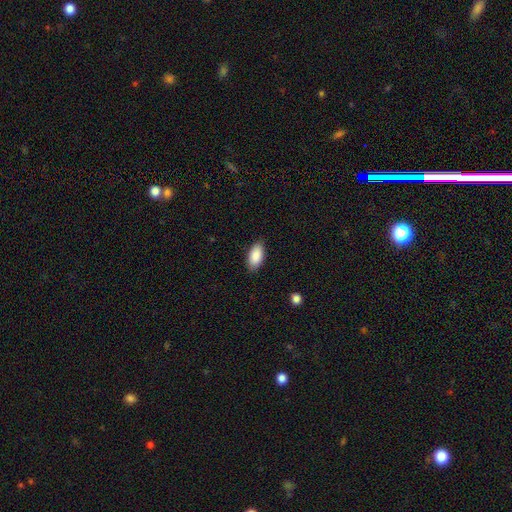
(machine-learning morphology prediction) Q: Smooth or featured?
A: smooth (89%); runner-up: star or artifact (6%)
Q: How rounded?
A: in between (93%); runner-up: cigar-shaped (4%)
Q: Merging?
A: none (87%); runner-up: minor disturbance (10%)